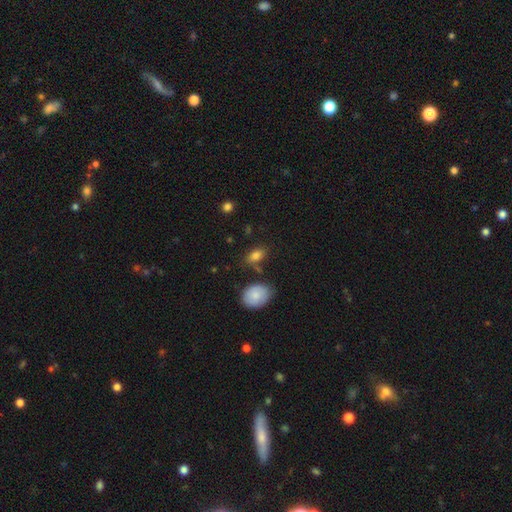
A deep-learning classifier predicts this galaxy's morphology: Smooth or featured: smooth — 82% (featured or disk — 9%)
How rounded: in between — 86% (round — 10%)
Merging: none — 72% (minor disturbance — 16%)